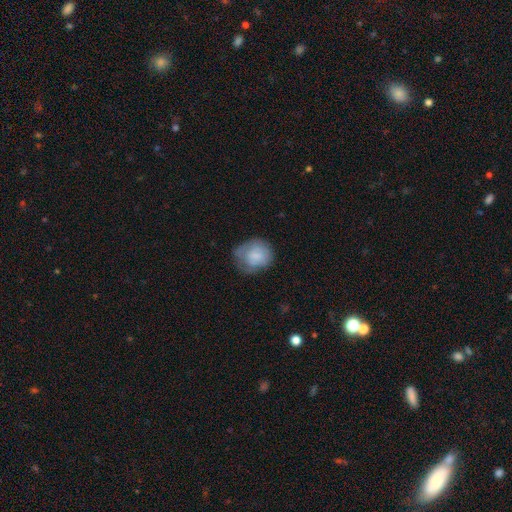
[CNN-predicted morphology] Smooth or featured?
  - smooth: 73% *
  - featured or disk: 19%
  - star or artifact: 8%
How rounded?
  - round: 68% *
  - in between: 31%
  - cigar-shaped: 1%
Merging?
  - none: 42% *
  - minor disturbance: 37%
  - major disturbance: 18%
  - merger: 2%